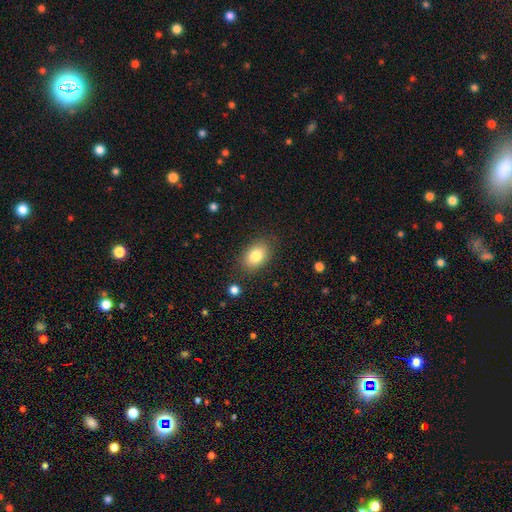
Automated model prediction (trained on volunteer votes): Smooth or featured? smooth (81%)
How rounded? in between (80%)
Merging? none (85%)